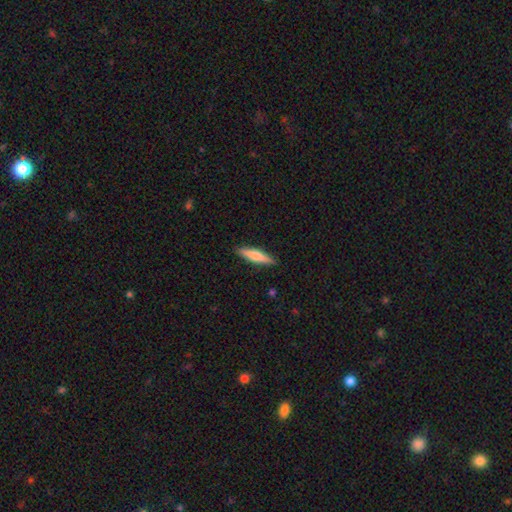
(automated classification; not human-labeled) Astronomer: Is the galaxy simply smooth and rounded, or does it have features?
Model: smooth — 57% (runner-up: featured or disk, 38%).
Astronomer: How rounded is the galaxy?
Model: cigar-shaped — 81%.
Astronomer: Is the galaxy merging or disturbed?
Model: none — 90%.